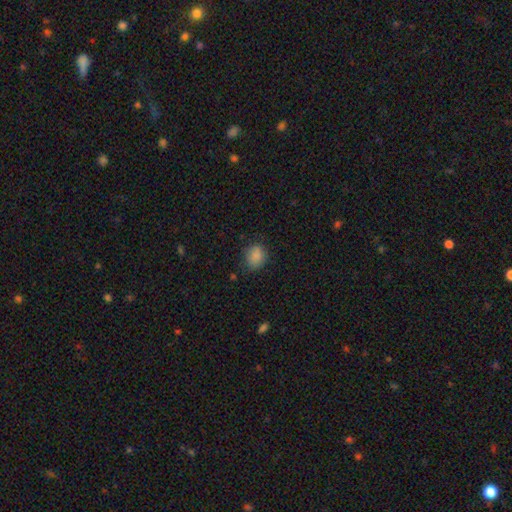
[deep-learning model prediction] Morphology: type=smooth (86%); roundness=round (63%); merging=none (77%).